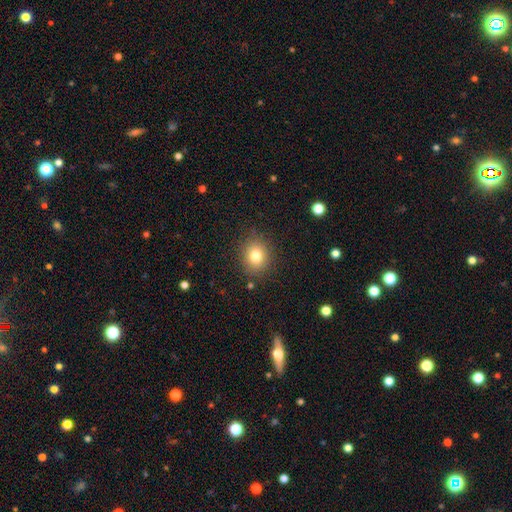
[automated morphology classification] Smooth or featured?
  - smooth: 79% *
  - star or artifact: 12%
  - featured or disk: 9%
How rounded?
  - round: 73% *
  - in between: 27%
  - cigar-shaped: 1%
Merging?
  - none: 87% *
  - minor disturbance: 9%
  - major disturbance: 3%
  - merger: 1%